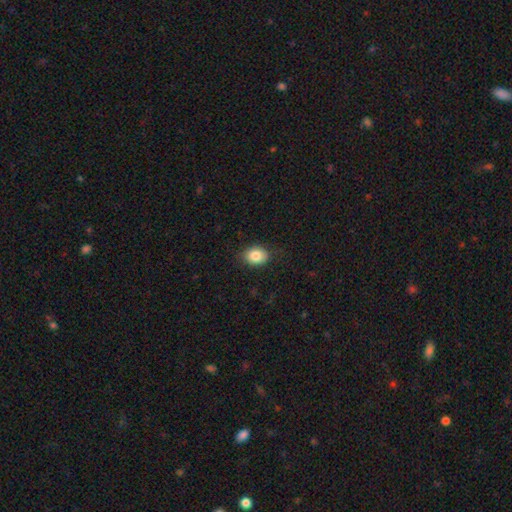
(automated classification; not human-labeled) Smooth or featured: smooth — 84% (star or artifact — 9%)
How rounded: in between — 63% (round — 36%)
Merging: none — 83% (minor disturbance — 13%)